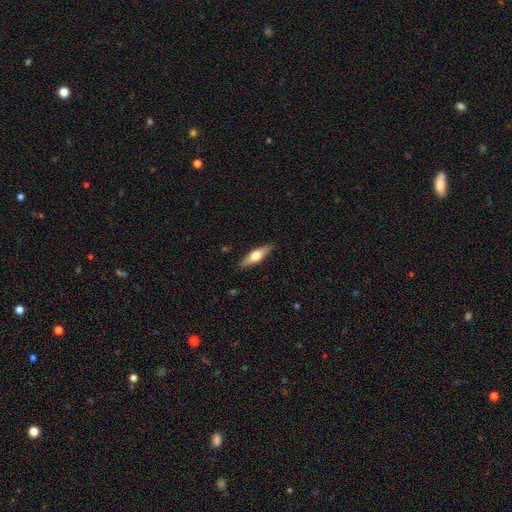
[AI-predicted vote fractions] Overall: smooth (50%; featured or disk 44%). Merging: none (87%).